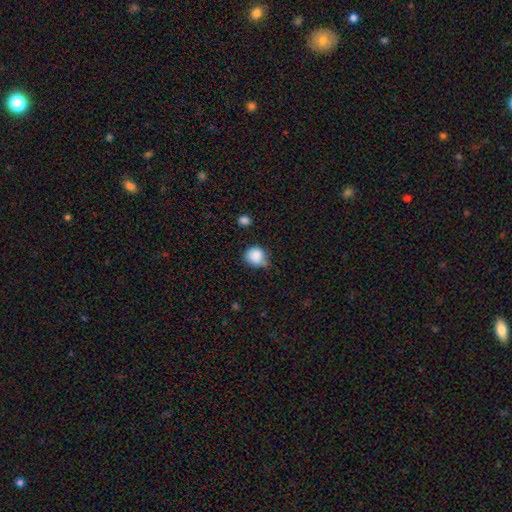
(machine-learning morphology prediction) Smooth or featured?
  - smooth: 86% *
  - star or artifact: 9%
  - featured or disk: 6%
How rounded?
  - round: 76% *
  - in between: 23%
  - cigar-shaped: 1%
Merging?
  - none: 45% *
  - minor disturbance: 41%
  - major disturbance: 9%
  - merger: 5%